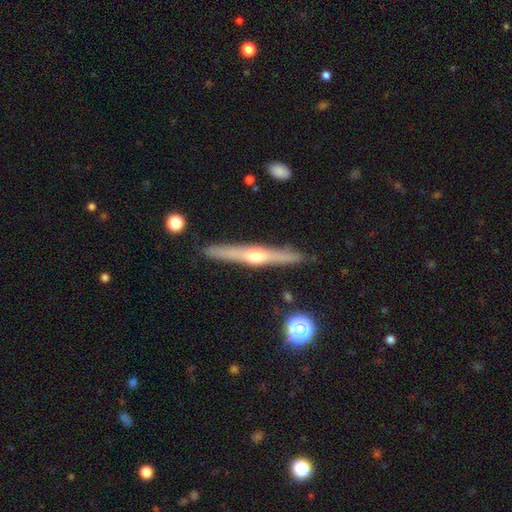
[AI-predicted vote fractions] The model was most divided on "smooth or featured": featured or disk: 73%, smooth: 22%, star or artifact: 6%. More confident: edge-on disk — yes (97%); merging — none (90%); edge-on bulge — rounded (90%).